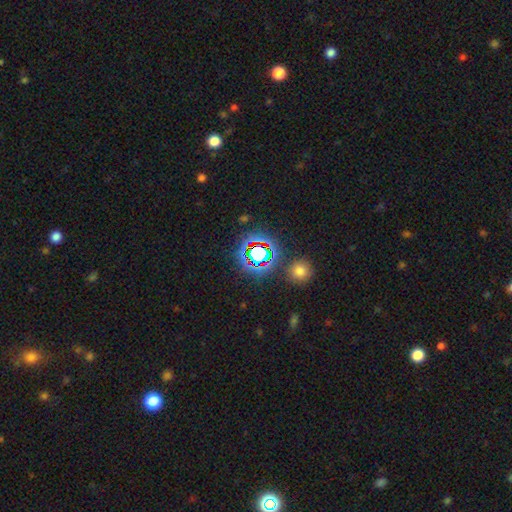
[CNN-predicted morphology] A star or artifact, not a galaxy (74%).